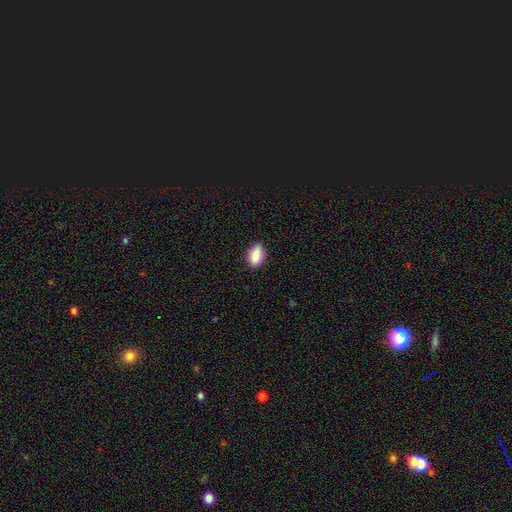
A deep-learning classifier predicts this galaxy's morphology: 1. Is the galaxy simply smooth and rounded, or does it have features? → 87% smooth, 7% star or artifact, 5% featured or disk.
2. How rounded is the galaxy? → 89% in between, 7% round, 4% cigar-shaped.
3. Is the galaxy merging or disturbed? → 83% none, 14% minor disturbance, 2% major disturbance, 1% merger.